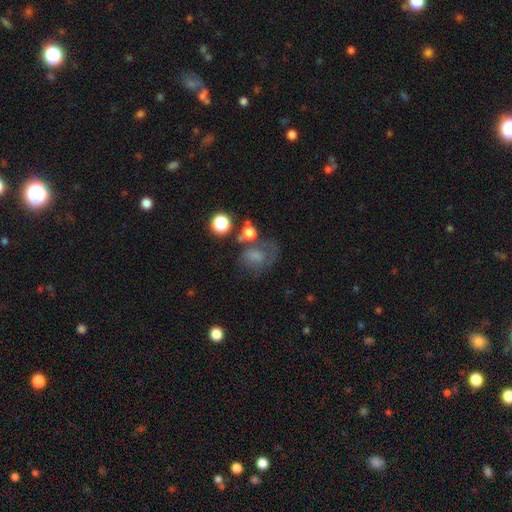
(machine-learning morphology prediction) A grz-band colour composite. It shows a smooth galaxy with no disk features (54%) that is in between round and cigar-shaped (50%). Merging: none (40%).